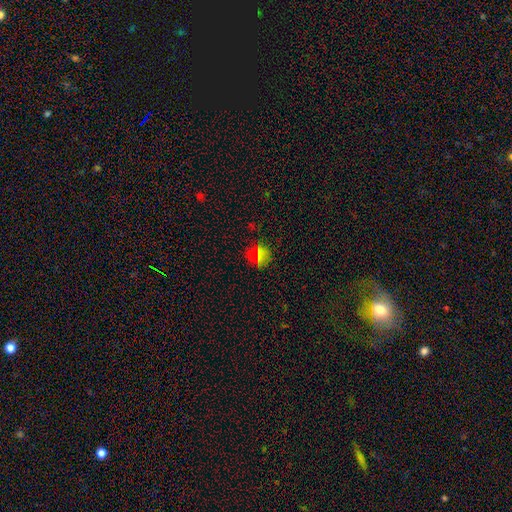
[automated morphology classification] Smooth or featured: smooth — 60% (star or artifact — 32%)
How rounded: round — 85% (in between — 12%)
Merging: none — 86% (minor disturbance — 9%)